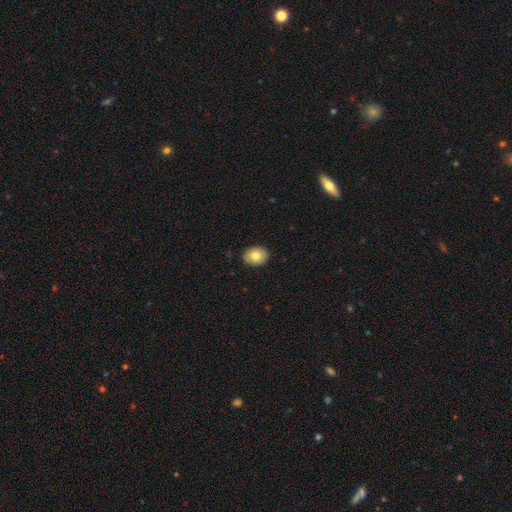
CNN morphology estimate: Overall: smooth (79%). How rounded: in between (68%; round 31%). Merging: none (90%).